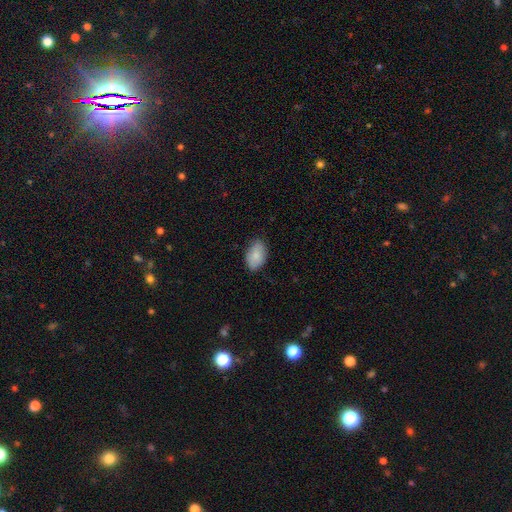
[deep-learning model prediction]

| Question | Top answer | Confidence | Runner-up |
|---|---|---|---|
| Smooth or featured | smooth | 84% | featured or disk (10%) |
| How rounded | in between | 91% | round (7%) |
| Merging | none | 81% | minor disturbance (15%) |